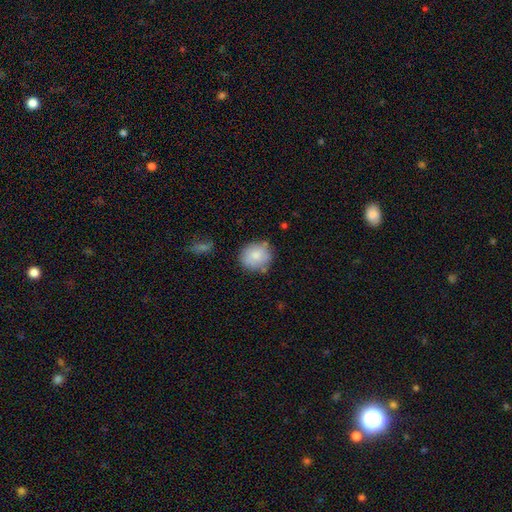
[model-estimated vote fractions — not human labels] Overall: smooth (82%). How rounded: round (81%). Merging: none (73%).